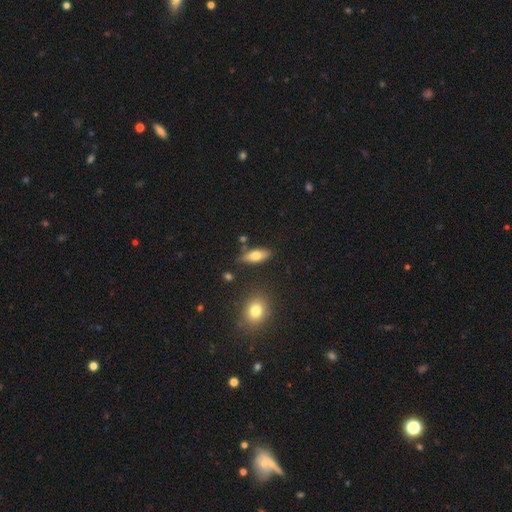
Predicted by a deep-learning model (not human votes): A smooth galaxy with no disk features (75%) that is in between round and cigar-shaped (78%). Merging: none (77%).